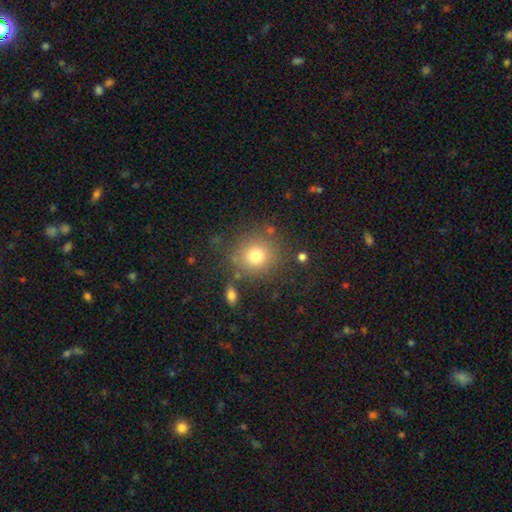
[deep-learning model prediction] smooth-or-featured: smooth: 76% | star or artifact: 13% | featured or disk: 11%
  how-rounded: round: 87% | in between: 12% | cigar-shaped: 1%
  merging: none: 79% | minor disturbance: 11% | major disturbance: 5% | merger: 5%